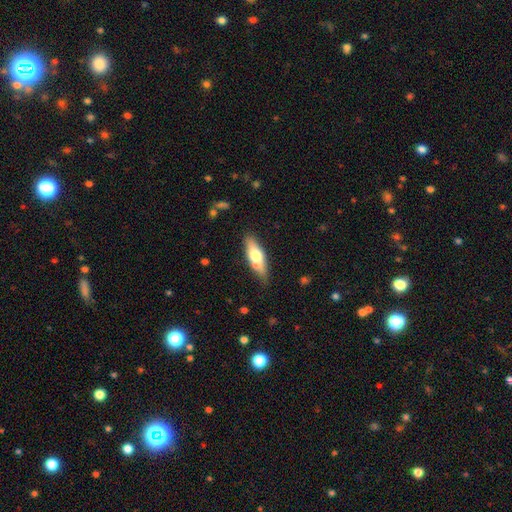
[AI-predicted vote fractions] Morphology: type=smooth (55%); roundness=in between (55%); merging=none (73%).